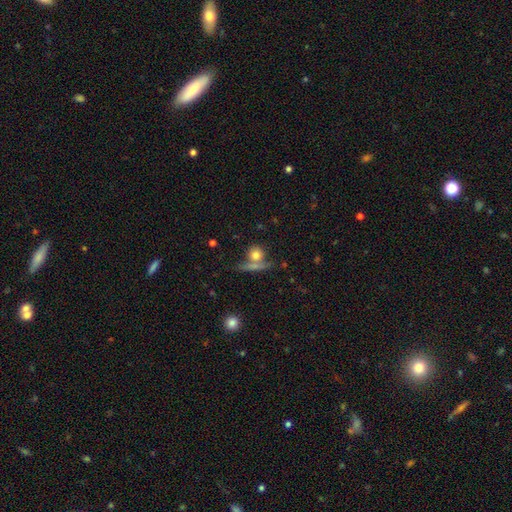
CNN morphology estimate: Q: Smooth or featured?
A: smooth (76%); runner-up: featured or disk (15%)
Q: How rounded?
A: round (79%); runner-up: in between (14%)
Q: Merging?
A: none (54%); runner-up: merger (28%)